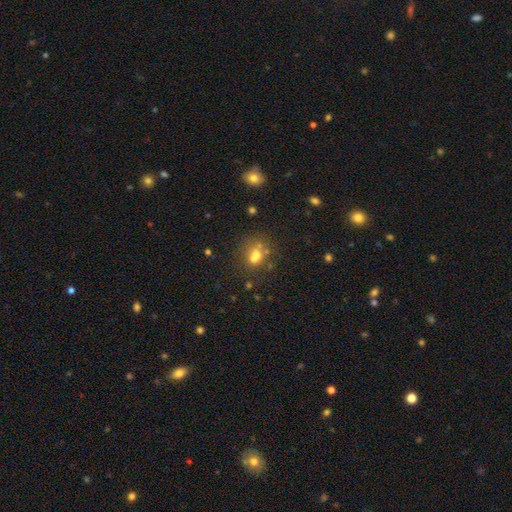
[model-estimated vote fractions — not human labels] Morphology: type=smooth (59%); roundness=in between (49%); merging=none (42%).